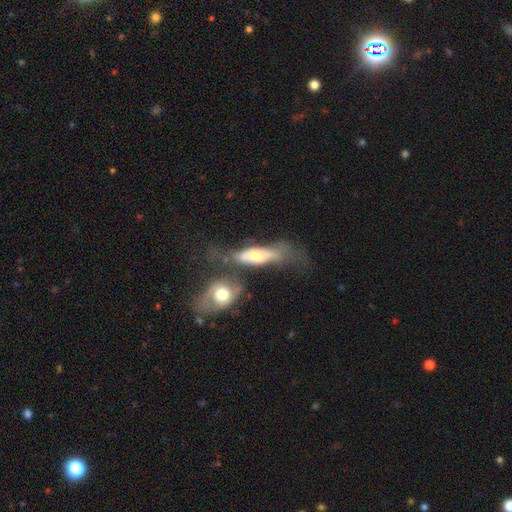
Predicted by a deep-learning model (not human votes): Morphology: type=featured or disk (50%); merging=merger (43%).